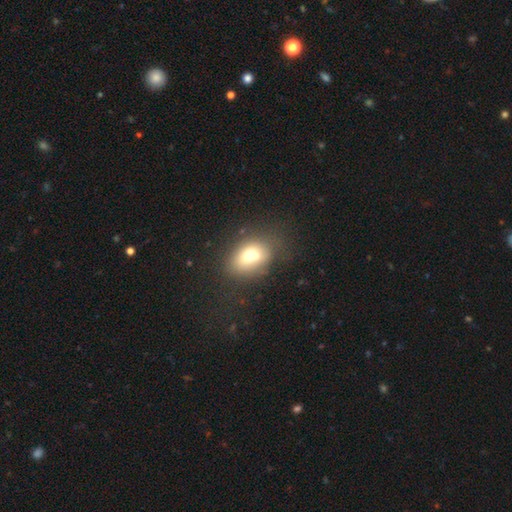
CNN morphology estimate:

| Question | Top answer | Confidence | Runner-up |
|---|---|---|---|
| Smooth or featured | smooth | 66% | featured or disk (22%) |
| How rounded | in between | 65% | round (33%) |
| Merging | none | 48% | merger (30%) |